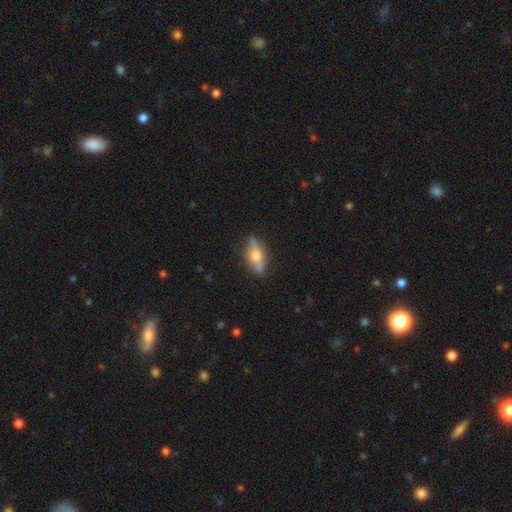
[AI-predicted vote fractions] A featured or disk galaxy (58%) viewed edge-on (88%) with a rounded central bulge (92%). Merging: none (85%).